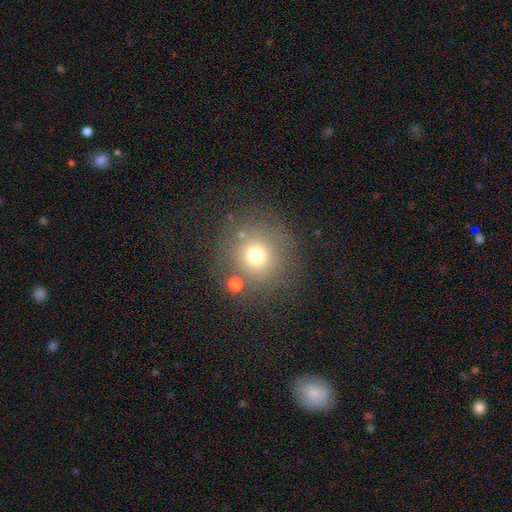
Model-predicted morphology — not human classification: This is likely a smooth galaxy (70%). How rounded: clearly round (92%). Merging: likely none (78%).